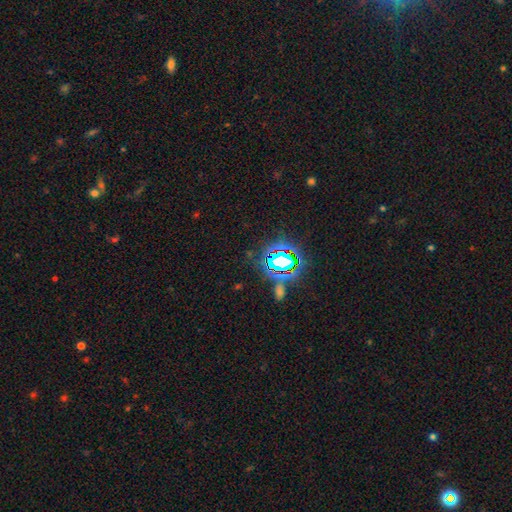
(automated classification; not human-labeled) Smooth or featured? star or artifact (78%)